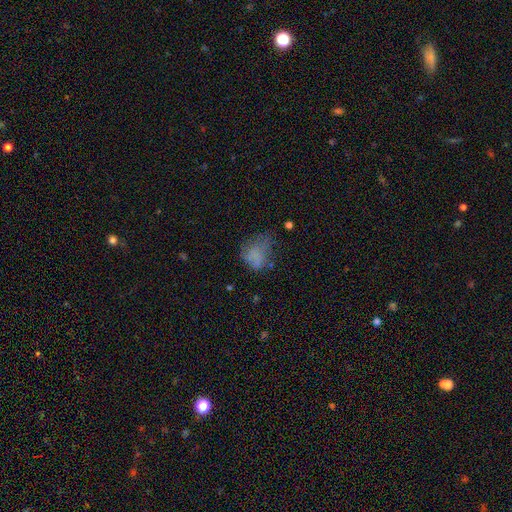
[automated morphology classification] Smooth or featured? Predicted: smooth (p=0.59). How rounded? Predicted: in between (p=0.64). Merging? Predicted: major disturbance (p=0.37).